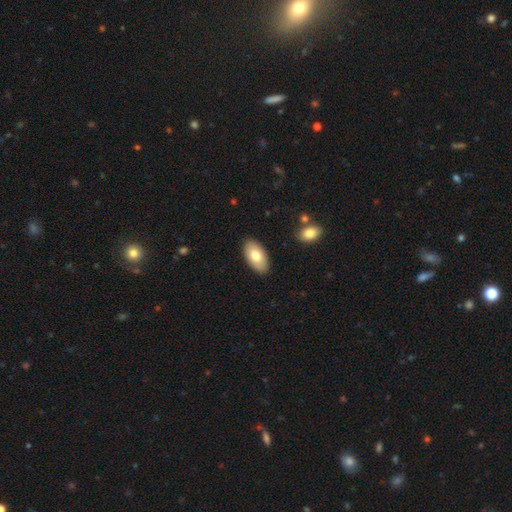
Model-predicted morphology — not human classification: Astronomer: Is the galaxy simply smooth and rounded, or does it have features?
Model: smooth — 76%.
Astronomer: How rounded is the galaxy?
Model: in between — 95%.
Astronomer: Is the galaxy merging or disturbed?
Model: none — 88%.